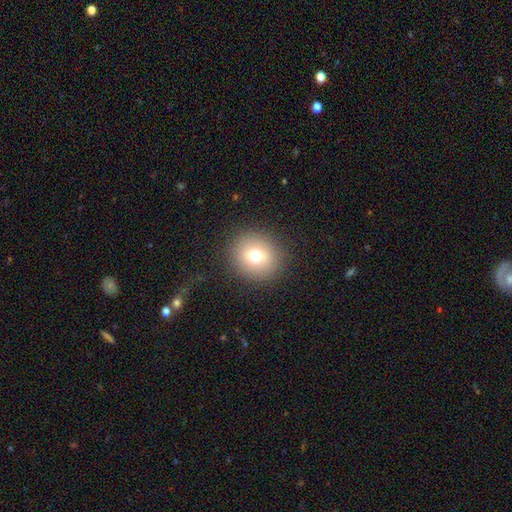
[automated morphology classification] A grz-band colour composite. It shows a smooth galaxy with no disk features (73%) that is round (87%). Merging: none (89%).